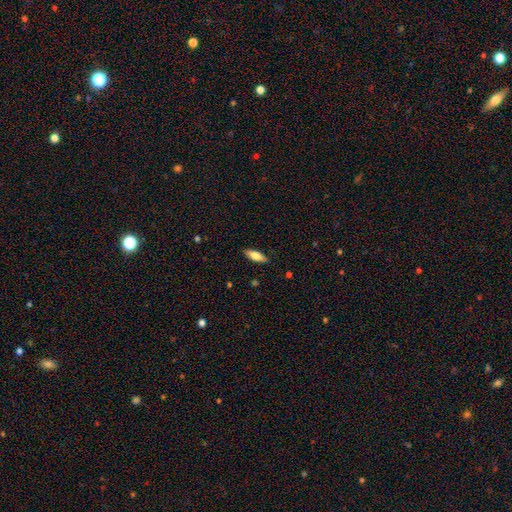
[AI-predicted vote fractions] Overall: smooth (74%). How rounded: in between (67%; cigar-shaped 31%). Merging: none (88%).